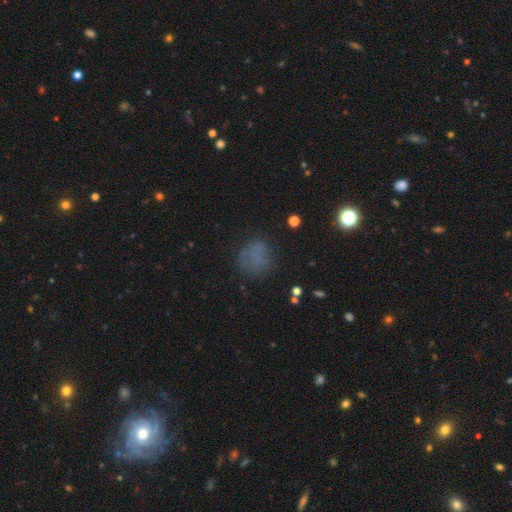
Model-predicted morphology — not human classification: Smooth or featured? smooth (63%)
How rounded? round (77%)
Merging? none (68%)